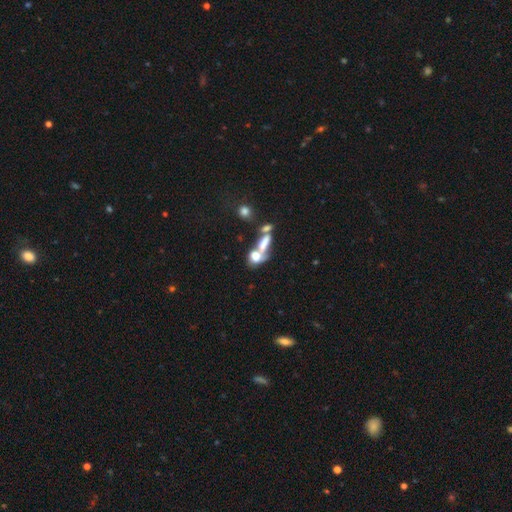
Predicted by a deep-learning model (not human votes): smooth 62%, featured or disk 25%, star or artifact 13%. Down the decision tree: how rounded — in between (52%); merging — merger (58%).